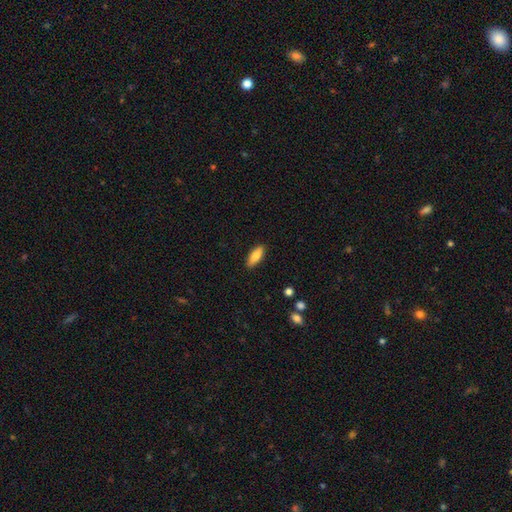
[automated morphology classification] A smooth galaxy with no disk features (81%) that is in between round and cigar-shaped (70%).

Vote fractions:
- Smooth or featured? smooth: 81% / featured or disk: 13% / star or artifact: 6%
- How rounded? in between: 70% / cigar-shaped: 28% / round: 2%
- Merging? none: 88% / minor disturbance: 9% / major disturbance: 2% / merger: 1%